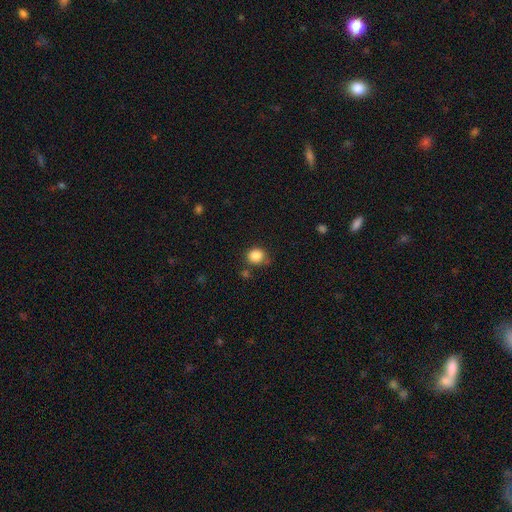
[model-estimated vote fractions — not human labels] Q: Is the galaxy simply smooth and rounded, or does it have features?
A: smooth — 86%.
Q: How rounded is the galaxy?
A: round — 81%.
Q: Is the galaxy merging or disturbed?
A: none — 71%.